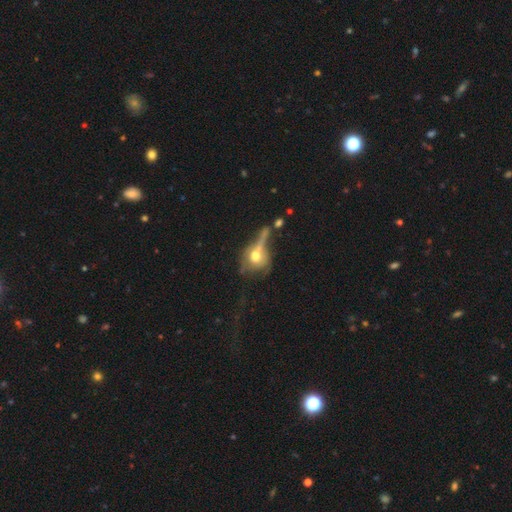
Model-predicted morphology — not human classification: This is possibly a smooth galaxy (54%). How rounded: likely round (68%). Merging: marginally merger (34%).